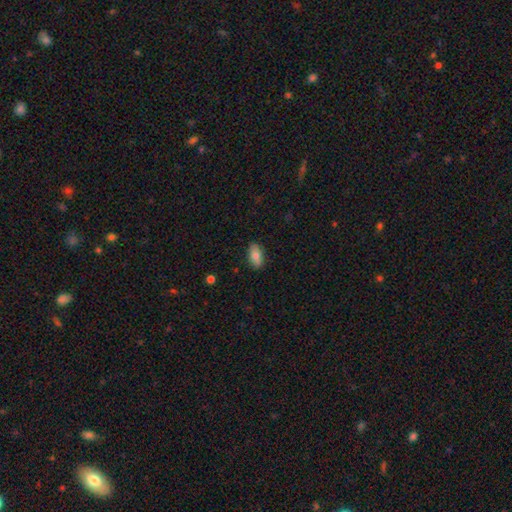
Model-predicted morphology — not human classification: Smooth or featured: smooth — 76% (featured or disk — 17%)
How rounded: in between — 90% (cigar-shaped — 6%)
Merging: none — 86% (minor disturbance — 11%)